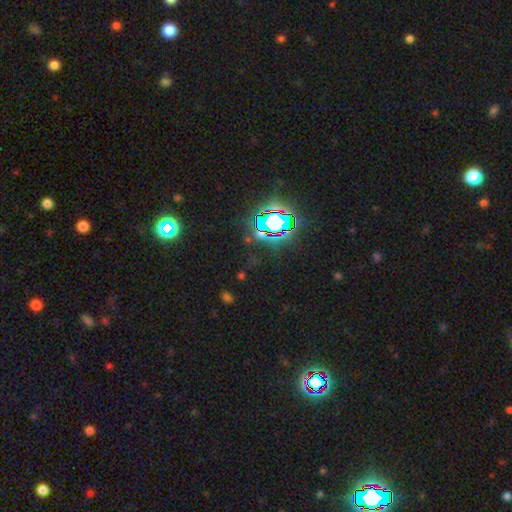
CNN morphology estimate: This is clearly a star or artifact rather than a galaxy (80%).